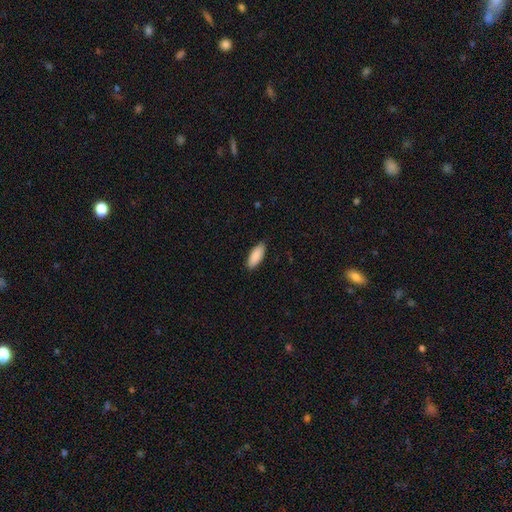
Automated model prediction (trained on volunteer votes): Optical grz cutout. It shows a smooth galaxy with no disk features (90%) that is in between round and cigar-shaped (80%). Merging: none (87%).